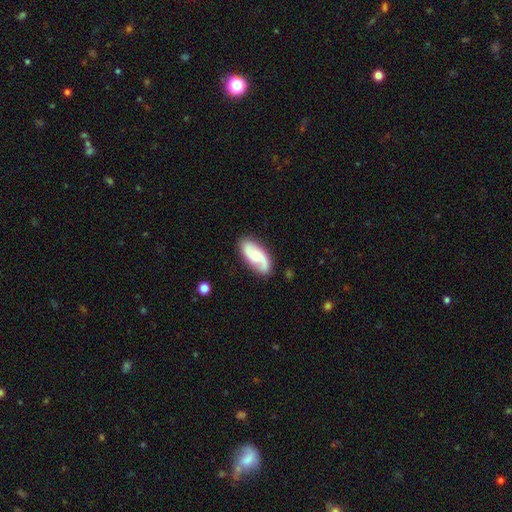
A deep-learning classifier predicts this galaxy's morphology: This is likely a featured or disk galaxy (65%). It is clearly not viewed edge-on (95%). Bar: possibly no (57%). Spiral arm pattern: clearly yes (94%). Spiral arm count: likely 2 (78%). Spiral winding: marginally loose (44%). Central bulge: marginally small (42%). Merging: likely none (74%).